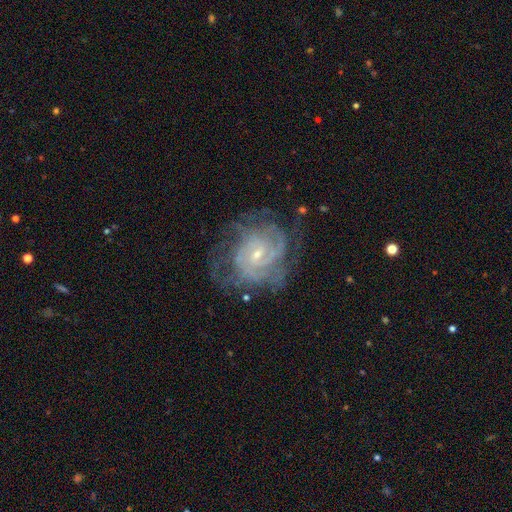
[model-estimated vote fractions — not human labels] Smooth or featured?
  - featured or disk: 82% *
  - star or artifact: 10%
  - smooth: 8%
Edge-on disk?
  - no: 97% *
  - yes: 3%
Bar?
  - no: 55% *
  - weak: 35%
  - strong: 9%
Spiral arms?
  - yes: 94% *
  - no: 6%
Spiral winding?
  - tight: 63% *
  - medium: 30%
  - loose: 7%
Spiral arm count?
  - can't tell: 36% *
  - 2: 21%
  - 3: 17%
  - 4: 13%
  - more than 4: 7%
  - 1: 6%
Bulge size?
  - small: 71% *
  - moderate: 24%
  - none: 2%
  - large: 1%
  - dominant: 1%
Merging?
  - none: 71% *
  - minor disturbance: 17%
  - major disturbance: 11%
  - merger: 1%